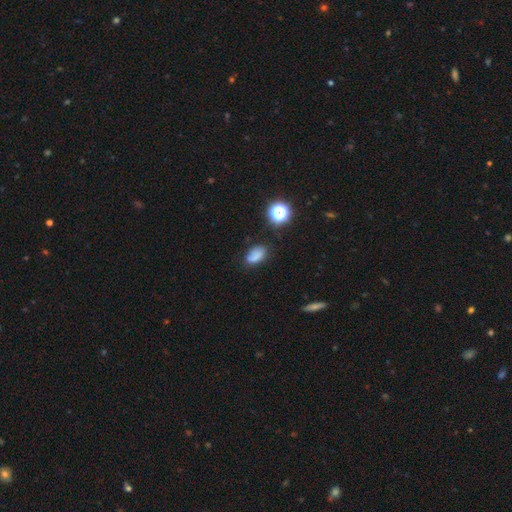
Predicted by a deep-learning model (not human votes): Morphology: type=smooth (71%); roundness=in between (84%); merging=none (63%).